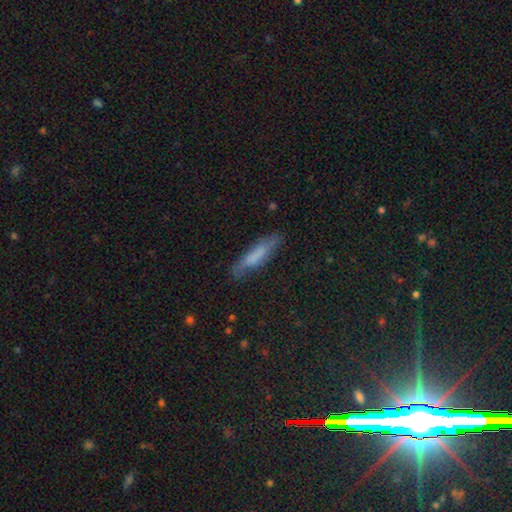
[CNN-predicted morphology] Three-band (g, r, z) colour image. It shows a smooth galaxy with no disk features (66%) that is cigar-shaped (83%). Merging: none (77%).